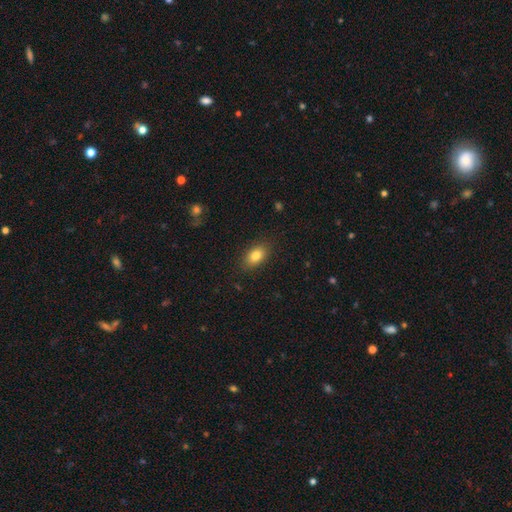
smooth_or_featured: smooth (p=0.88) [alt: featured or disk p=0.10]
how_rounded: in between (p=0.91) [alt: cigar-shaped p=0.09]
merging: none (p=0.87) [alt: minor disturbance p=0.10]